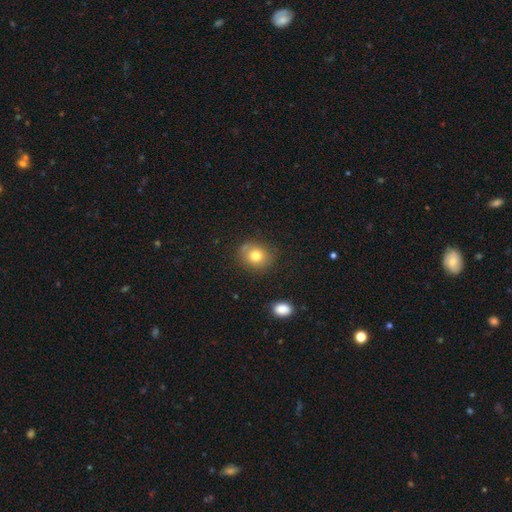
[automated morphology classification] type=smooth (76%); roundness=round (68%); merging=none (77%).